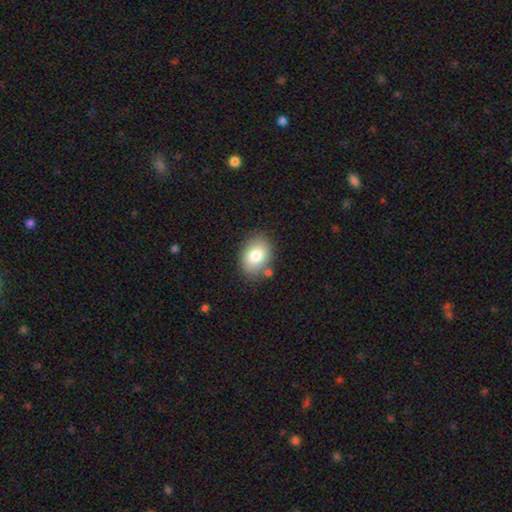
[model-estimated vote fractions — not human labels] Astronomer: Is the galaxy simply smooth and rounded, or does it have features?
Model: smooth — 80%.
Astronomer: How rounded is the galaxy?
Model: in between — 75%.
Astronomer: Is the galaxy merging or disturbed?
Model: none — 80%.